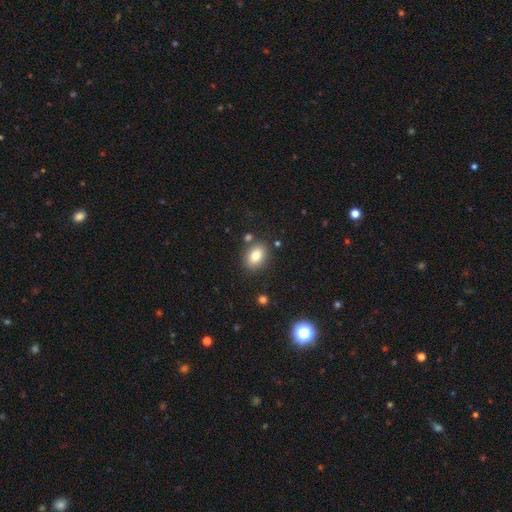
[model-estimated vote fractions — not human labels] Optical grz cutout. It shows a smooth galaxy with no disk features (81%) that is in between round and cigar-shaped (79%). Merging: none (80%).